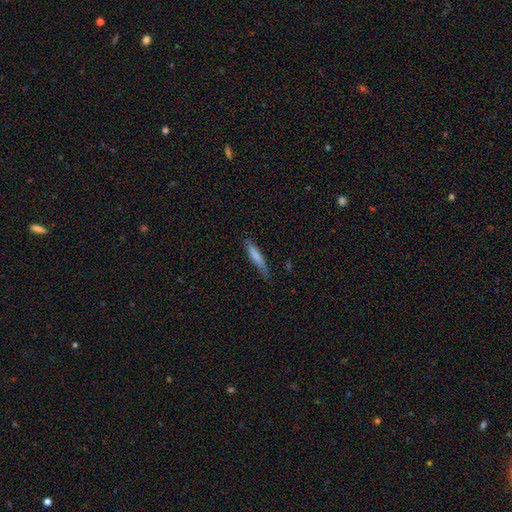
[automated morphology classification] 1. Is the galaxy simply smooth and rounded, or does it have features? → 75% smooth, 19% featured or disk, 6% star or artifact.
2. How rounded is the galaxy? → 87% cigar-shaped, 12% in between, 1% round.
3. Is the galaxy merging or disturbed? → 71% none, 23% minor disturbance, 5% major disturbance, 2% merger.